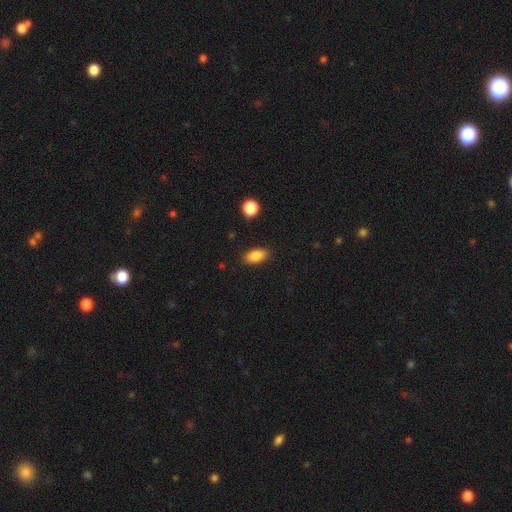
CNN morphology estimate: This is clearly a smooth galaxy (85%). How rounded: clearly in between (89%). Merging: clearly none (86%).